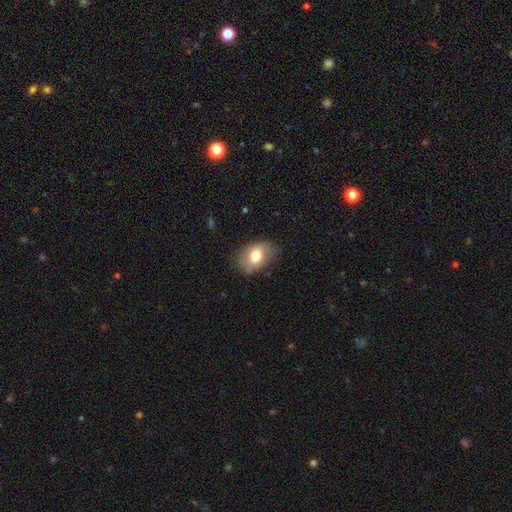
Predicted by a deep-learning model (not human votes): A smooth galaxy with no disk features (70%) that is in between round and cigar-shaped (81%).

Vote fractions:
- Smooth or featured? smooth: 70% / featured or disk: 23% / star or artifact: 7%
- How rounded? in between: 81% / round: 17% / cigar-shaped: 1%
- Merging? none: 70% / minor disturbance: 22% / major disturbance: 6% / merger: 1%